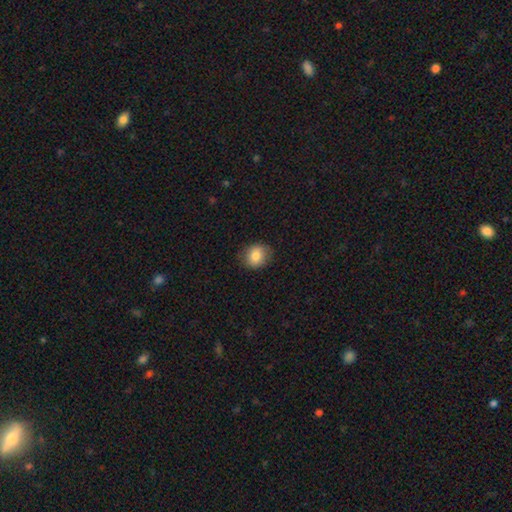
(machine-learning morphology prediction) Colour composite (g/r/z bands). It shows a smooth galaxy with no disk features (83%) that is round (69%). Merging: none (83%).